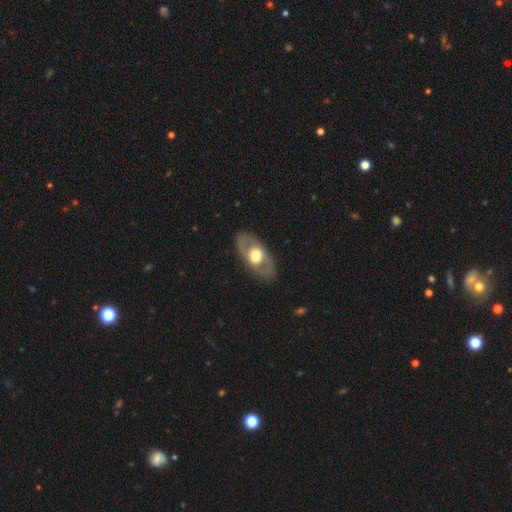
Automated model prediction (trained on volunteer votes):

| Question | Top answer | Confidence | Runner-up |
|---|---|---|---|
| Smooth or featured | featured or disk | 59% | smooth (36%) |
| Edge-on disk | no | 85% | yes (15%) |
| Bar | no | 76% | weak (18%) |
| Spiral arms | no | 74% | yes (26%) |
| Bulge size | moderate | 51% | large (42%) |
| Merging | none | 84% | minor disturbance (11%) |